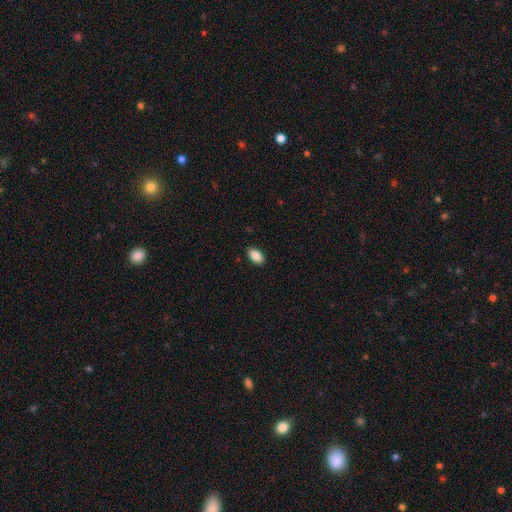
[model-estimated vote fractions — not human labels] smooth_or_featured: smooth (p=0.87) [alt: star or artifact p=0.07]
how_rounded: in between (p=0.93) [alt: round p=0.05]
merging: none (p=0.89) [alt: minor disturbance p=0.08]